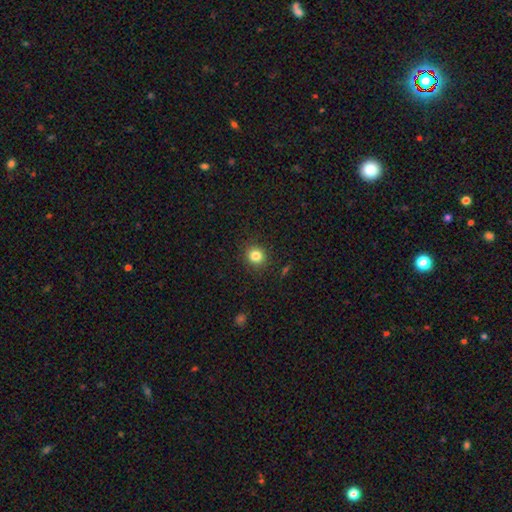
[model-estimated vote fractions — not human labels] smooth 83%, star or artifact 12%, featured or disk 5%. Down the decision tree: how rounded — round (87%); merging — none (90%).